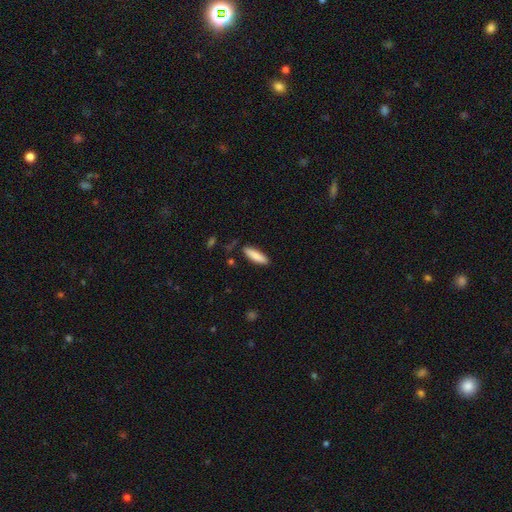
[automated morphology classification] A smooth galaxy with no disk features (85%) that is cigar-shaped (60%).

Vote fractions:
- Smooth or featured? smooth: 85% / featured or disk: 9% / star or artifact: 6%
- How rounded? cigar-shaped: 60% / in between: 39% / round: 2%
- Merging? none: 85% / minor disturbance: 11% / major disturbance: 2% / merger: 2%